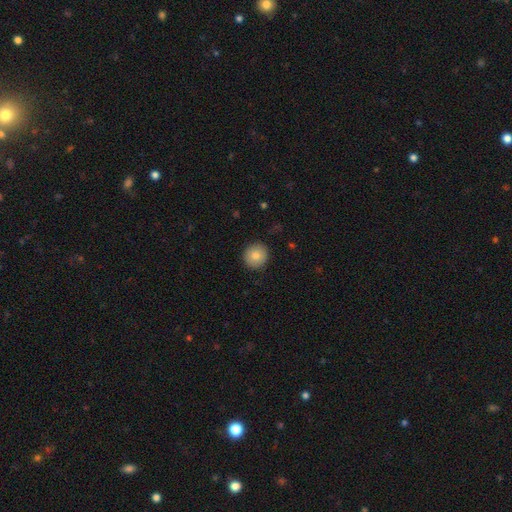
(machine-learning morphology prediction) Smooth or featured: smooth — 83% (featured or disk — 9%)
How rounded: round — 92% (in between — 7%)
Merging: none — 90% (minor disturbance — 7%)